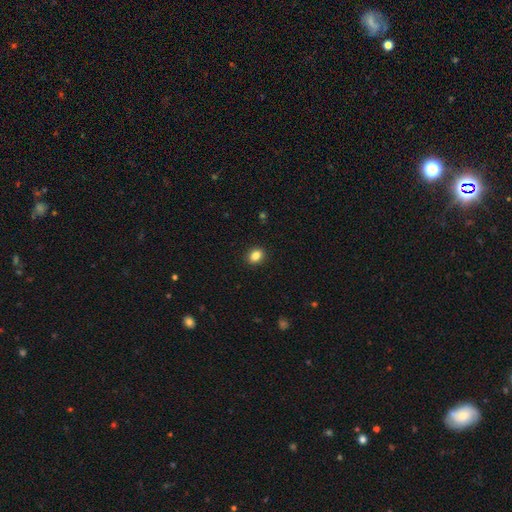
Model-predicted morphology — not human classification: This is clearly a smooth galaxy (85%). How rounded: possibly in between (56%). Merging: clearly none (91%).